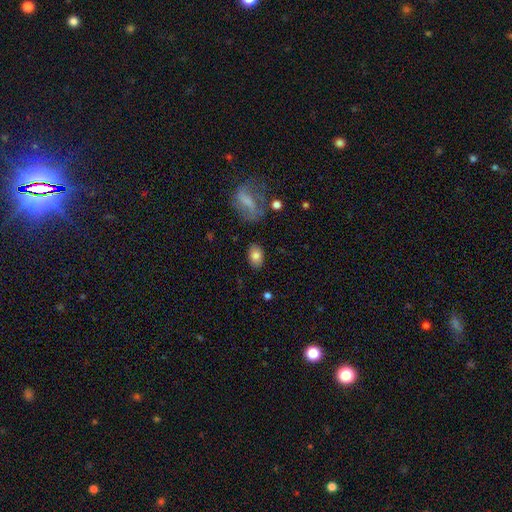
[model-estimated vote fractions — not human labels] Smooth or featured: smooth — 81% (featured or disk — 10%)
How rounded: in between — 86% (round — 12%)
Merging: none — 84% (minor disturbance — 11%)